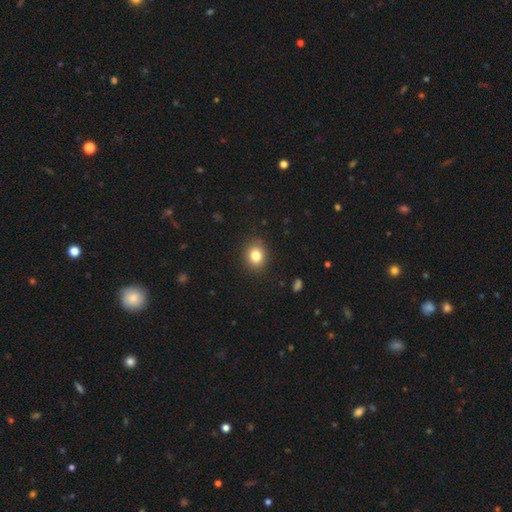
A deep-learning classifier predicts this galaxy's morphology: type=smooth (83%); roundness=round (62%); merging=none (88%).